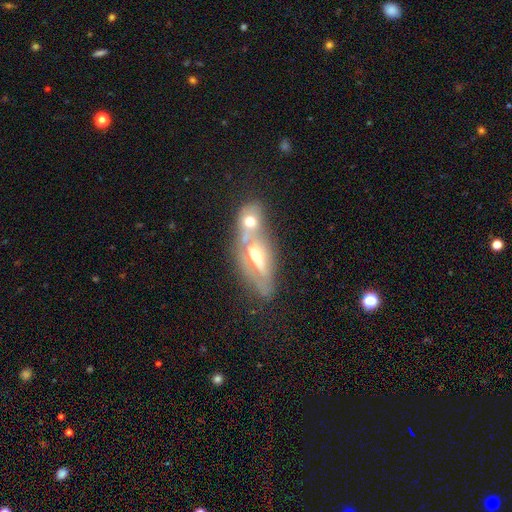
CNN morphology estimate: Q: Smooth or featured?
A: featured or disk (61%); runner-up: smooth (31%)
Q: Edge-on disk?
A: no (70%); runner-up: yes (30%)
Q: Merging?
A: merger (63%); runner-up: none (21%)